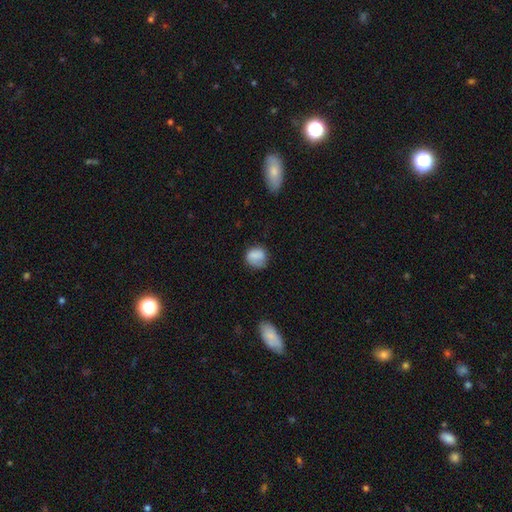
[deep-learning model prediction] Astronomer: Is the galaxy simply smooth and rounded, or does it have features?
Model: smooth — 80%.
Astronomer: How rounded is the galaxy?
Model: round — 72%.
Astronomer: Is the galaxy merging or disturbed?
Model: none — 58%.